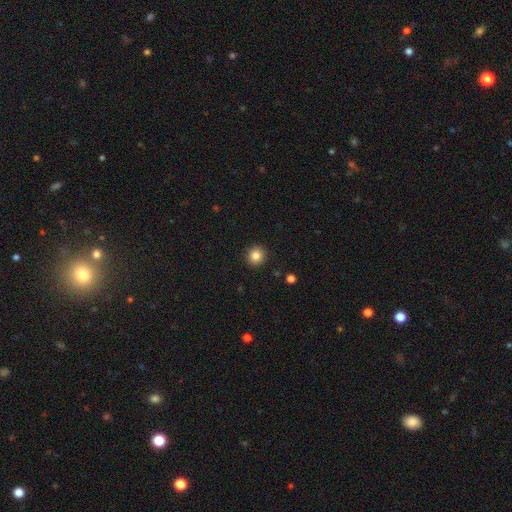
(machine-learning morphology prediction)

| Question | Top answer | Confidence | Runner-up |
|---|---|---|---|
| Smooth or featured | smooth | 84% | star or artifact (10%) |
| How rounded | round | 92% | in between (7%) |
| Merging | none | 92% | minor disturbance (5%) |